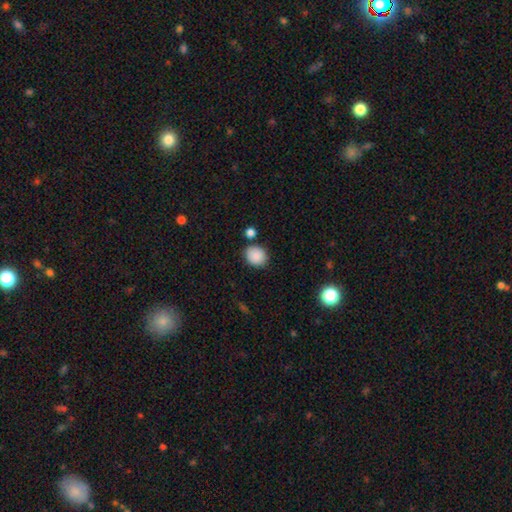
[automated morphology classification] A smooth galaxy with no disk features (88%) that is round (70%).

Vote fractions:
- Smooth or featured? smooth: 88% / star or artifact: 8% / featured or disk: 3%
- How rounded? round: 70% / in between: 29% / cigar-shaped: 1%
- Merging? none: 80% / minor disturbance: 11% / merger: 6% / major disturbance: 3%